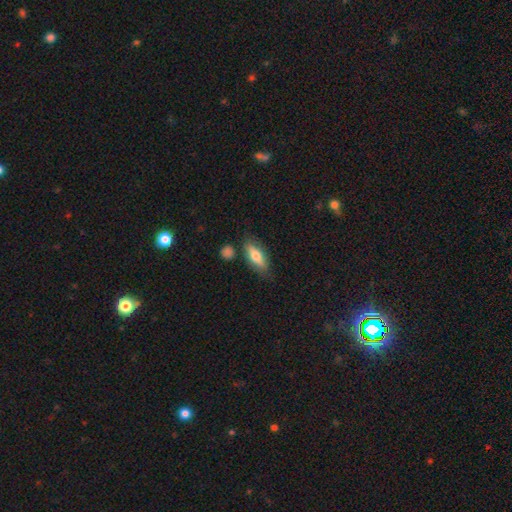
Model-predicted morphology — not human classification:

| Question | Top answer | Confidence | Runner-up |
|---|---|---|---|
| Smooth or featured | smooth | 65% | featured or disk (29%) |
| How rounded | in between | 64% | cigar-shaped (33%) |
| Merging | none | 77% | minor disturbance (15%) |